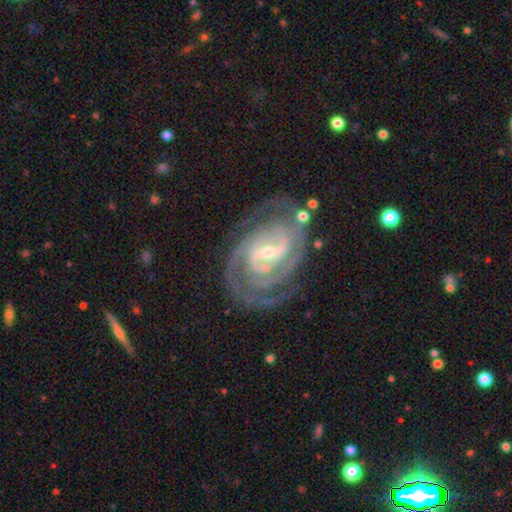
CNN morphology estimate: smooth-or-featured: featured or disk: 90% | star or artifact: 6% | smooth: 4%
  disk-edge-on: no: 97% | yes: 3%
    bar: strong: 45% | weak: 41% | no: 15%
    has-spiral-arms: yes: 98% | no: 2%
      spiral-winding: tight: 72% | medium: 24% | loose: 4%
      spiral-arm-count: 2: 46% | 3: 22% | can't tell: 13% | 4: 9% | more than 4: 5% | 1: 4%
    bulge-size: small: 62% | moderate: 33% | large: 2% | none: 2% | dominant: 1%
  merging: none: 74% | minor disturbance: 16% | major disturbance: 8% | merger: 2%